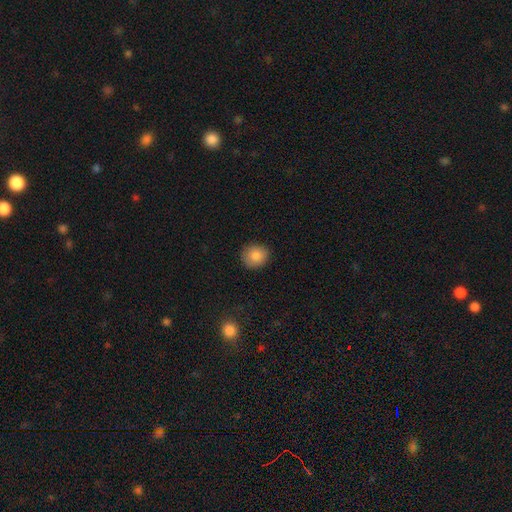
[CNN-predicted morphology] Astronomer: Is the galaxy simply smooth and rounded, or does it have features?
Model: smooth — 86%.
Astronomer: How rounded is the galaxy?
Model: round — 85%.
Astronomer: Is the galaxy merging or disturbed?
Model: none — 87%.